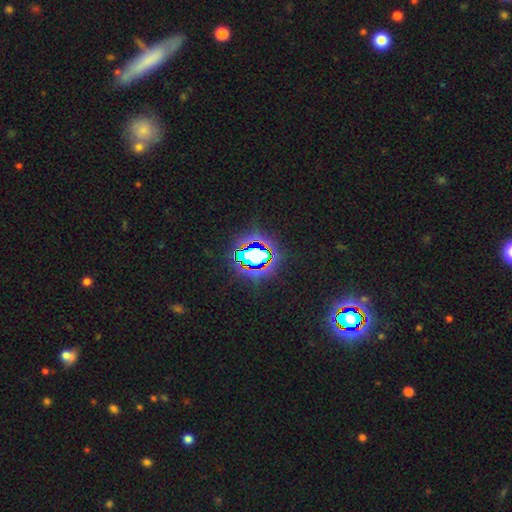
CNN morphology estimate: A star or artifact, not a galaxy (69%).

Vote fractions:
- Smooth or featured? star or artifact: 69% / smooth: 18% / featured or disk: 13%